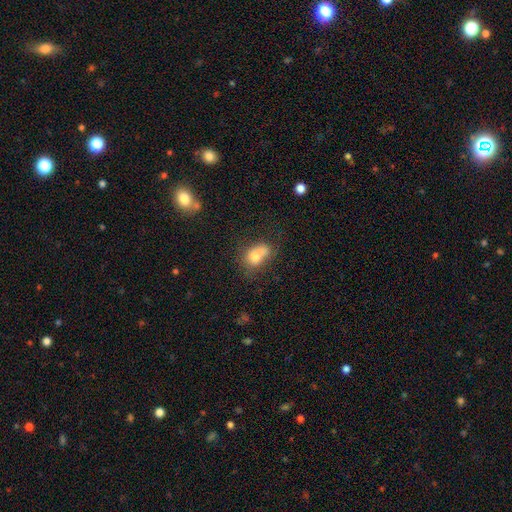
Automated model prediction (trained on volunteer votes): The model was most divided on "merging": merger: 35%, none: 32%, minor disturbance: 20%, major disturbance: 13%. More confident: smooth or featured — smooth (72%); how rounded — in between (67%).